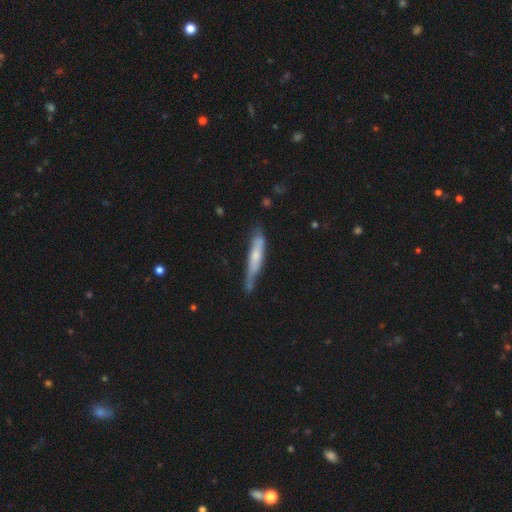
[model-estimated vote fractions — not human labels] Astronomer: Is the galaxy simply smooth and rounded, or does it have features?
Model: smooth — 54% (runner-up: featured or disk, 41%).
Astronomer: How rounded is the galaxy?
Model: cigar-shaped — 90%.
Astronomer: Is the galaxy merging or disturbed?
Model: none — 55% (runner-up: minor disturbance, 33%).